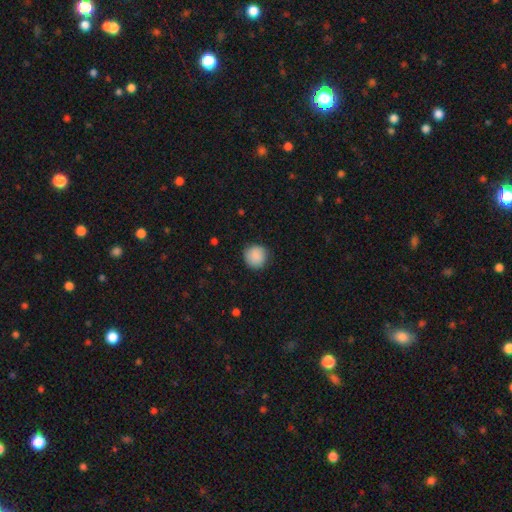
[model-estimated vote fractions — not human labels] The model was most divided on "merging": none: 86%, minor disturbance: 10%, major disturbance: 3%, merger: 1%. More confident: how rounded — round (93%); smooth or featured — smooth (89%).